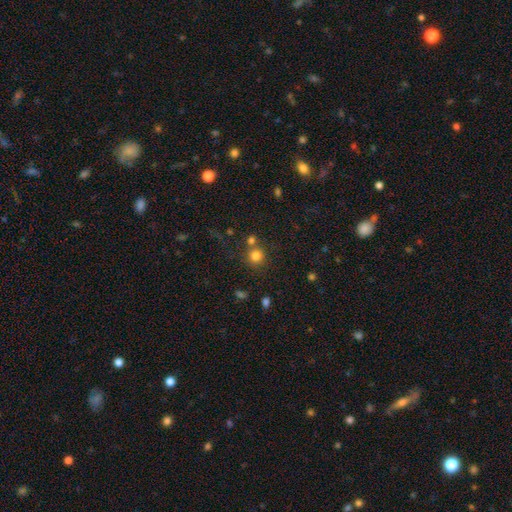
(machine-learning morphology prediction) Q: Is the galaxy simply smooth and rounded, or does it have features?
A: smooth — 79%.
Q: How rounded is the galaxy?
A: round — 90%.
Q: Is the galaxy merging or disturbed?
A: none — 67%.